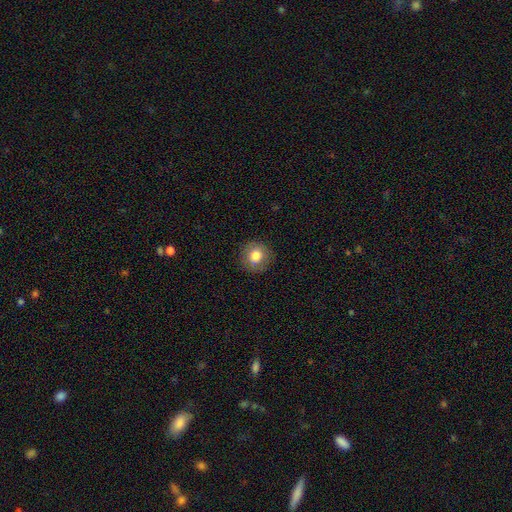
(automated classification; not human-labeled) Smooth or featured? Predicted: smooth (p=0.80). How rounded? Predicted: round (p=0.90). Merging? Predicted: none (p=0.88).